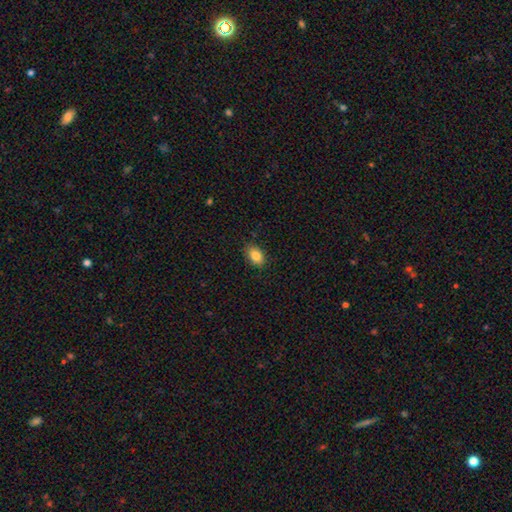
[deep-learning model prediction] Q: Smooth or featured?
A: smooth (85%); runner-up: star or artifact (8%)
Q: How rounded?
A: in between (86%); runner-up: round (13%)
Q: Merging?
A: none (85%); runner-up: minor disturbance (12%)